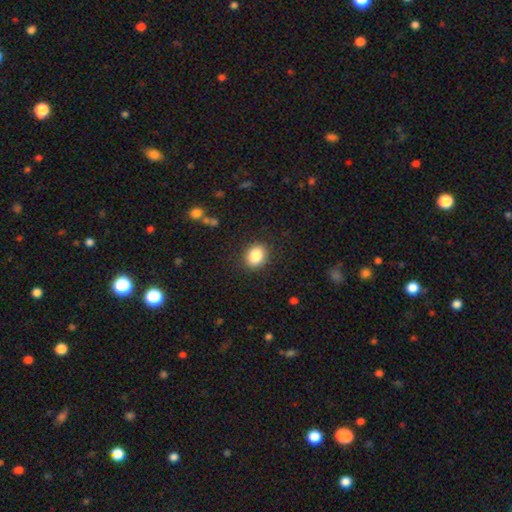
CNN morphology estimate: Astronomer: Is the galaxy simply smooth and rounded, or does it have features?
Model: smooth — 86%.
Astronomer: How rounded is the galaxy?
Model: round — 50% (runner-up: in between, 49%).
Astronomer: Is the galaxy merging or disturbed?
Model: none — 88%.